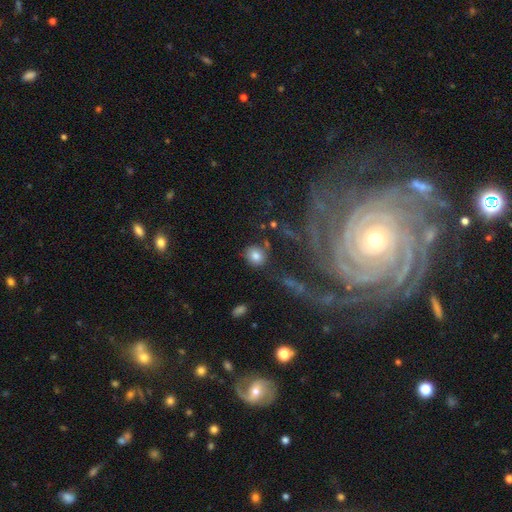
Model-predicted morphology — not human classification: smooth-or-featured: smooth: 79% | star or artifact: 10% | featured or disk: 10%
  how-rounded: round: 74% | in between: 24% | cigar-shaped: 1%
  merging: none: 72% | minor disturbance: 16% | merger: 7% | major disturbance: 6%